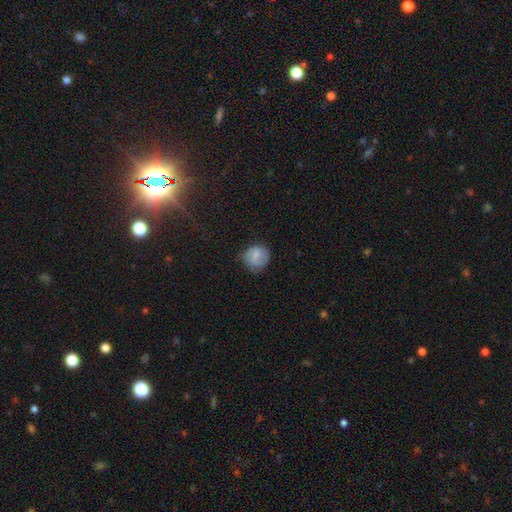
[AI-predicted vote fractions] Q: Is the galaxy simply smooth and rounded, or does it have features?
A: smooth — 67%.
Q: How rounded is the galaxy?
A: round — 79%.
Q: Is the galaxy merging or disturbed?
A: none — 65%.